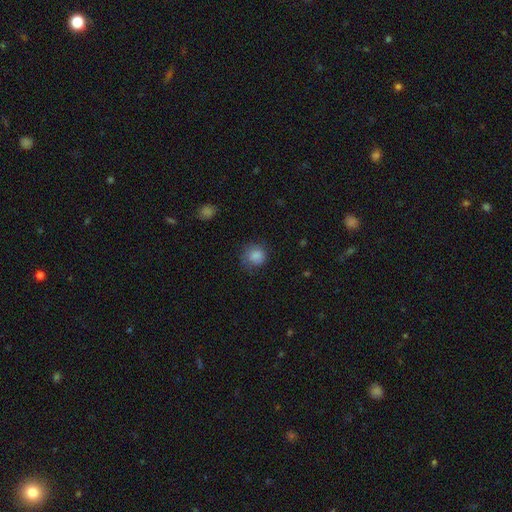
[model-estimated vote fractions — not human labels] This appears to be a smooth galaxy with no disk features (83%) that is round (82%). Merging: none (66%).